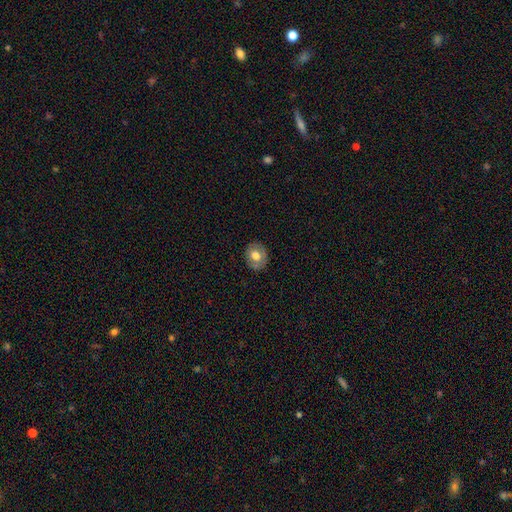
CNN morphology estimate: smooth-or-featured: smooth: 67% | featured or disk: 25% | star or artifact: 8%
  how-rounded: round: 63% | in between: 36% | cigar-shaped: 1%
  merging: none: 83% | minor disturbance: 13% | major disturbance: 3% | merger: 1%